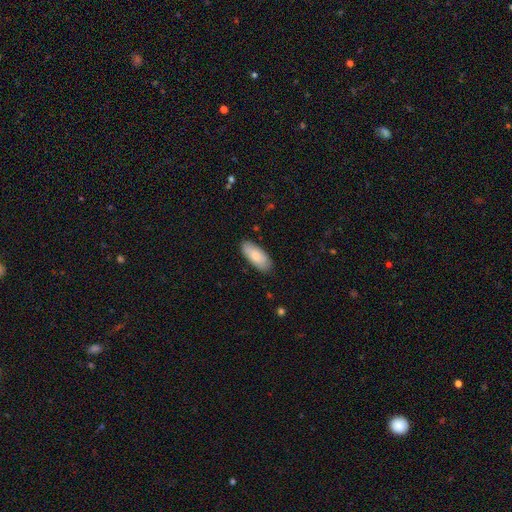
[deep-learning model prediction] The model was most divided on "smooth or featured": smooth: 79%, featured or disk: 15%, star or artifact: 5%. More confident: how rounded — in between (86%); merging — none (84%).